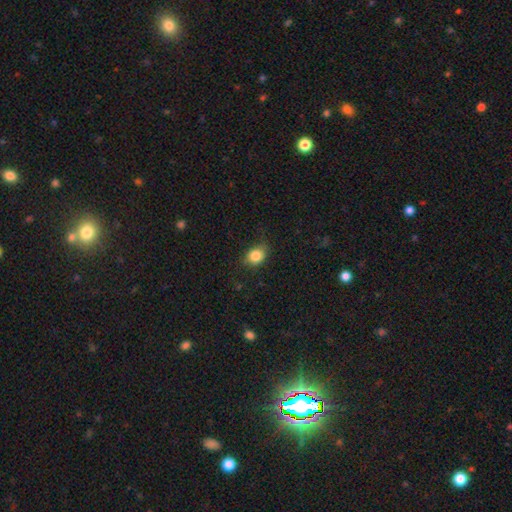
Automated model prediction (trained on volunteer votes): Morphology: type=smooth (84%); roundness=in between (53%); merging=none (72%).